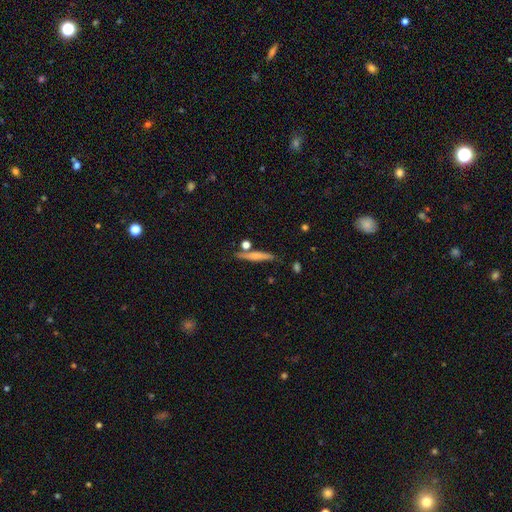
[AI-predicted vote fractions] smooth 55%, featured or disk 38%, star or artifact 7%. Down the decision tree: how rounded — cigar-shaped (89%); merging — none (75%).